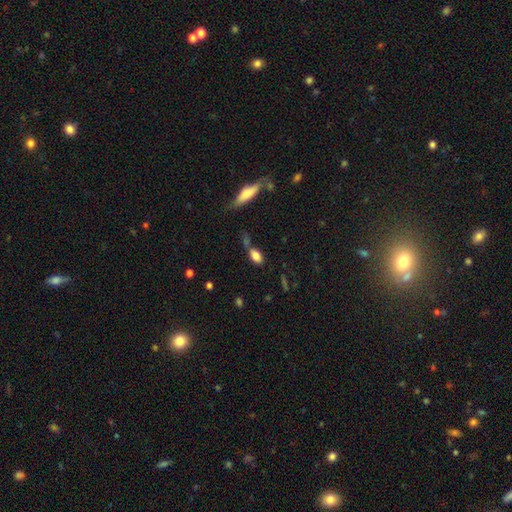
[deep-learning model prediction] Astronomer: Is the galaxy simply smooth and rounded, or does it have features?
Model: smooth — 82%.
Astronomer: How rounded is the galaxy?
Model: in between — 87%.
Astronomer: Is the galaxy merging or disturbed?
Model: none — 51%.